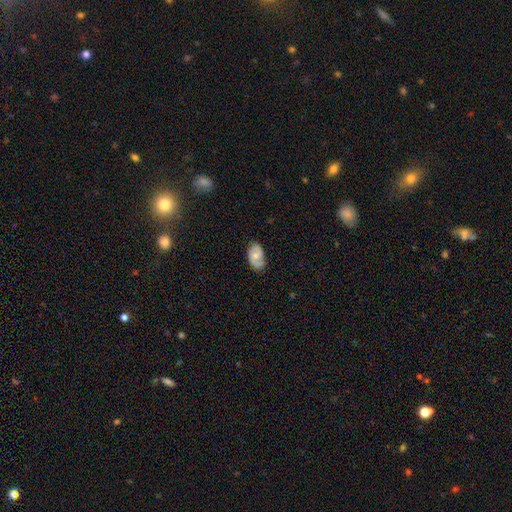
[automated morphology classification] This appears to be a featured or disk galaxy (51%). Merging: none (71%).